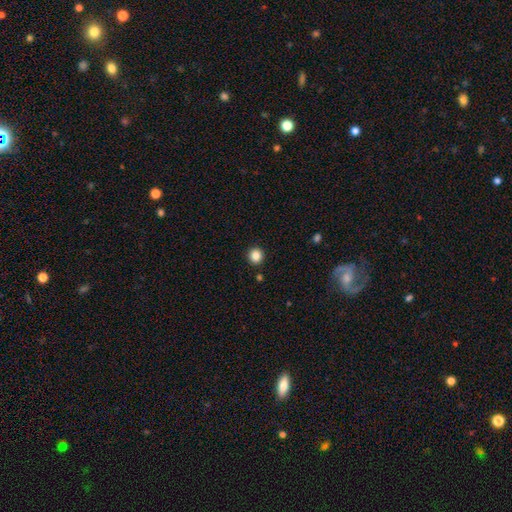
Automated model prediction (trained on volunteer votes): Smooth or featured?
  - smooth: 85% *
  - star or artifact: 11%
  - featured or disk: 4%
How rounded?
  - round: 92% *
  - in between: 7%
  - cigar-shaped: 1%
Merging?
  - none: 92% *
  - minor disturbance: 5%
  - merger: 2%
  - major disturbance: 2%